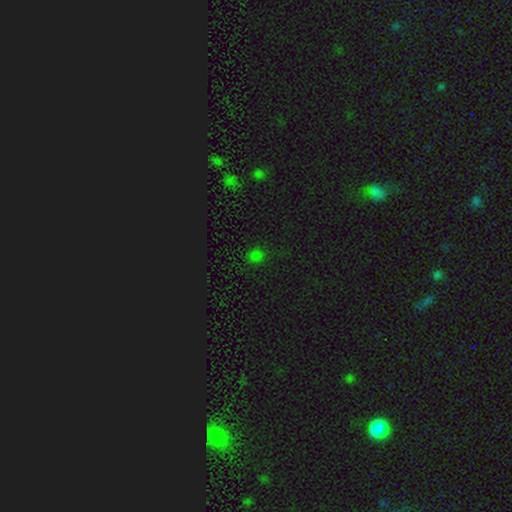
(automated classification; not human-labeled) Smooth or featured? Predicted: smooth (p=0.71). How rounded? Predicted: round (p=0.73). Merging? Predicted: none (p=0.87).